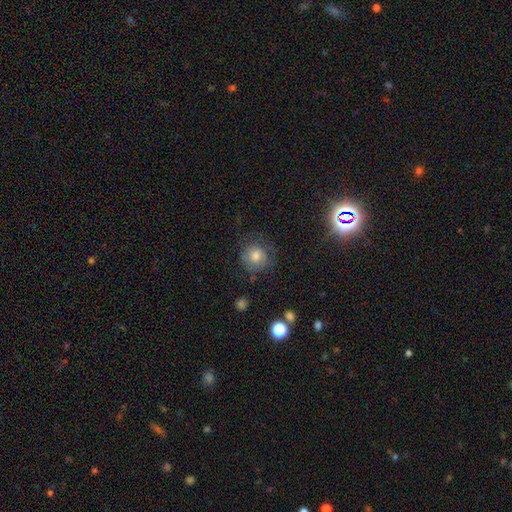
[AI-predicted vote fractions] smooth-or-featured: smooth: 61% | featured or disk: 22% | star or artifact: 17%
  how-rounded: round: 88% | in between: 11% | cigar-shaped: 1%
  merging: none: 70% | minor disturbance: 19% | major disturbance: 10% | merger: 2%